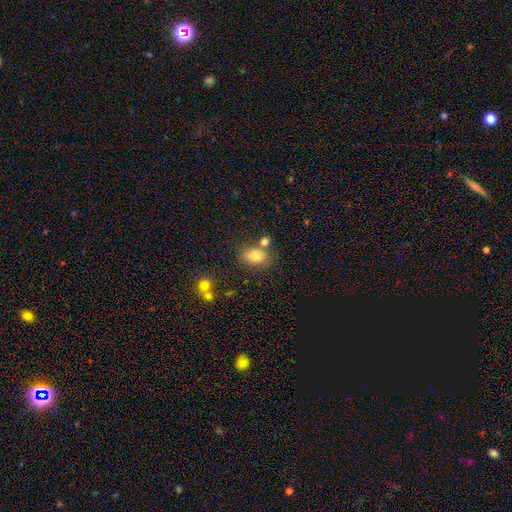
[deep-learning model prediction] smooth_or_featured: smooth (p=0.80) [alt: star or artifact p=0.11]
how_rounded: in between (p=0.77) [alt: round p=0.21]
merging: none (p=0.62) [alt: merger p=0.18]